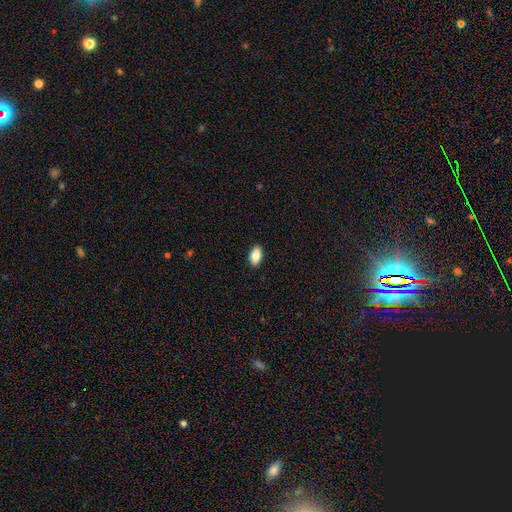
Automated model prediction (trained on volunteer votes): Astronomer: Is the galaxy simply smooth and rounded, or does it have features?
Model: smooth — 84%.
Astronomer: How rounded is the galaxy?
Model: in between — 91%.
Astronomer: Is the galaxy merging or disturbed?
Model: none — 90%.